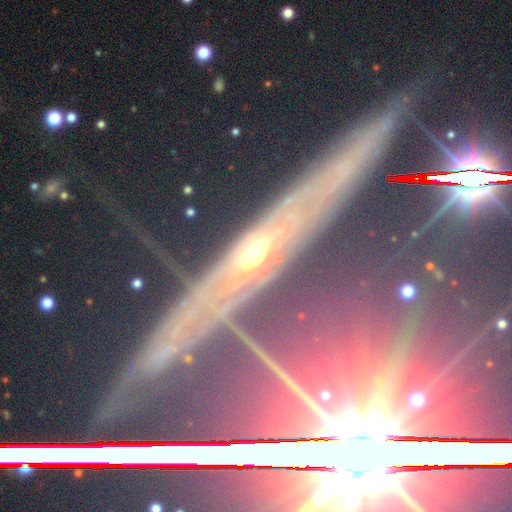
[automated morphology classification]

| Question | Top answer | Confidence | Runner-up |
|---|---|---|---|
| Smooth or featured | featured or disk | 48% | star or artifact (35%) |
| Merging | none | 71% | minor disturbance (14%) |